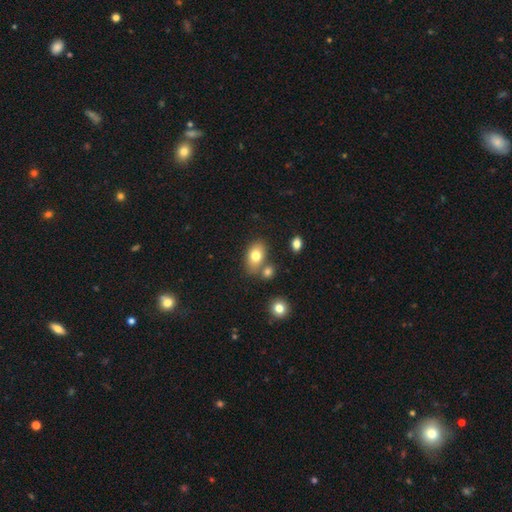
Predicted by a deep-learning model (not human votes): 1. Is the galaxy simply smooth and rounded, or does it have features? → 77% smooth, 14% featured or disk, 9% star or artifact.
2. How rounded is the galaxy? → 83% in between, 15% round, 2% cigar-shaped.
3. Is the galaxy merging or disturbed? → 65% none, 18% merger, 13% minor disturbance, 4% major disturbance.